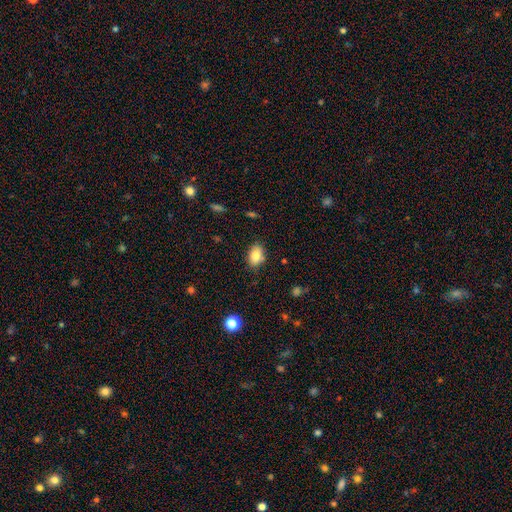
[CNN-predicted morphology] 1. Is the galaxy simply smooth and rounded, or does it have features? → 82% smooth, 10% featured or disk, 9% star or artifact.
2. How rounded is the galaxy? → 83% in between, 16% round, 1% cigar-shaped.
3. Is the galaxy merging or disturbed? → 82% none, 13% minor disturbance, 2% major disturbance, 2% merger.